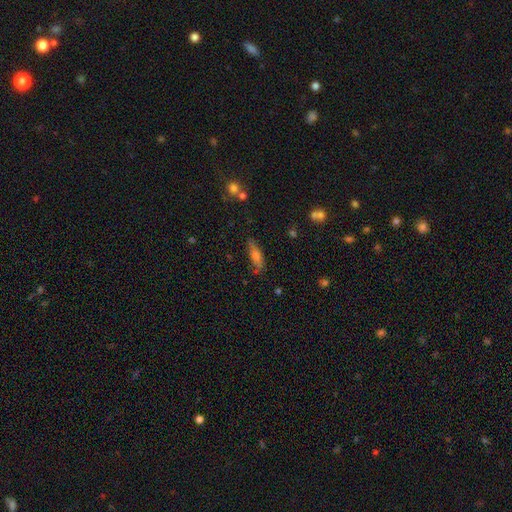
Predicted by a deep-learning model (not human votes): Morphology: type=smooth (59%); roundness=cigar-shaped (54%); merging=none (72%).